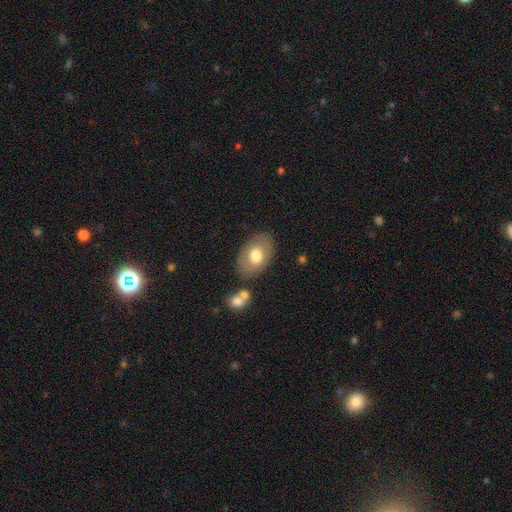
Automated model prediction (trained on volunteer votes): Morphology: type=smooth (68%); roundness=in between (87%); merging=none (78%).